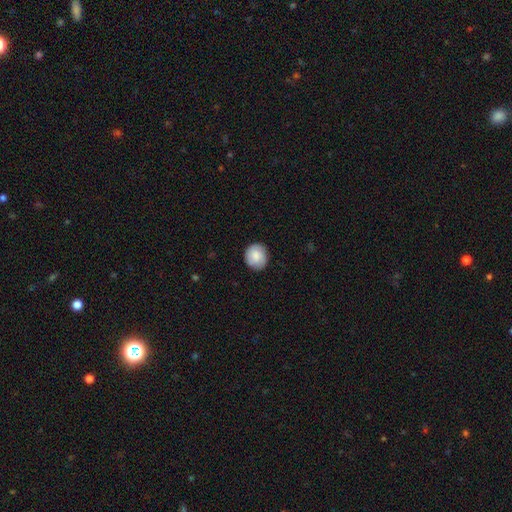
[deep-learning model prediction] This appears to be a smooth galaxy with no disk features (80%) that is round (86%). Merging: none (85%).